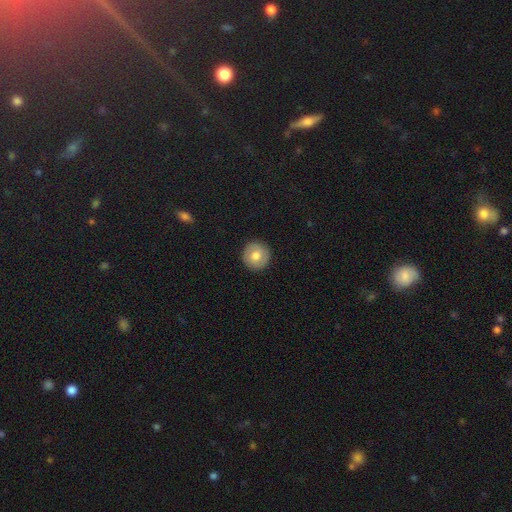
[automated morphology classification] Smooth or featured? smooth (74%)
How rounded? round (95%)
Merging? none (91%)